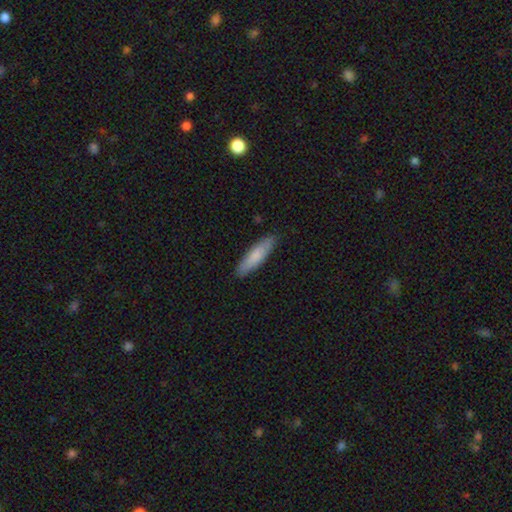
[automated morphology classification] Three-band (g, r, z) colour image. It shows a smooth galaxy with no disk features (81%) that is cigar-shaped (74%). Merging: none (89%).